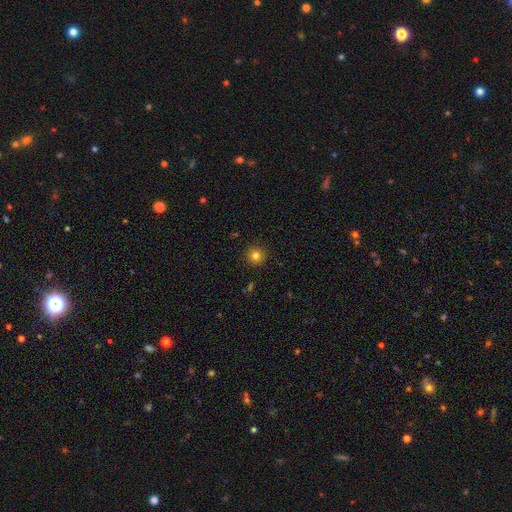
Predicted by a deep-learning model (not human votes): A smooth galaxy with no disk features (80%) that is round (95%). Merging: none (92%).